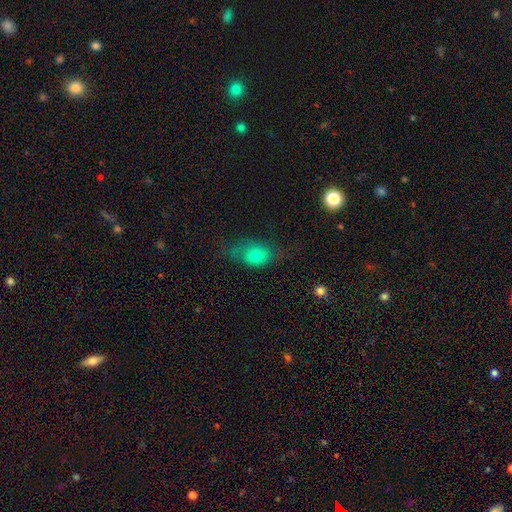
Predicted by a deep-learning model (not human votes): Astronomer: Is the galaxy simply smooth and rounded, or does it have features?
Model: smooth — 63%.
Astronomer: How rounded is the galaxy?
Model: in between — 70%.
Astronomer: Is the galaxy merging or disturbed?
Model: none — 48% (runner-up: minor disturbance, 28%).